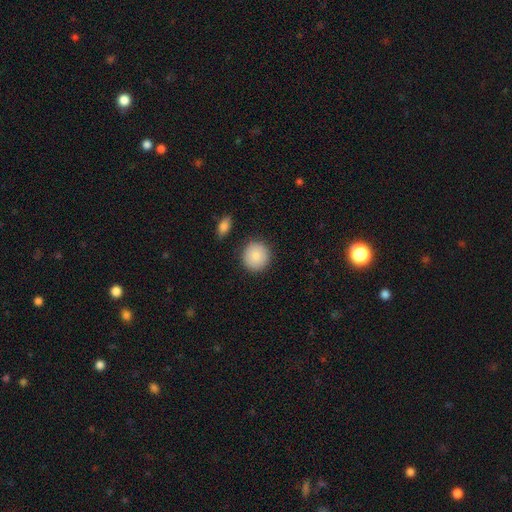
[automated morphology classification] The model was most divided on "smooth or featured": smooth: 85%, featured or disk: 8%, star or artifact: 7%. More confident: how rounded — round (92%); merging — none (87%).